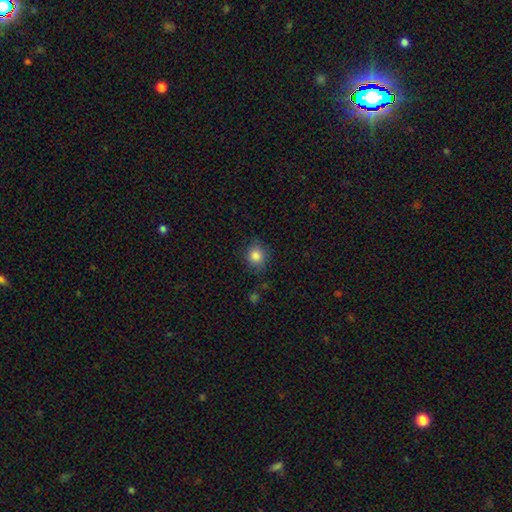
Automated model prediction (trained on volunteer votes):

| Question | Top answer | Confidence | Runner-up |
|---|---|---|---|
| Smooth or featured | smooth | 85% | star or artifact (10%) |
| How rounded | round | 80% | in between (19%) |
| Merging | none | 81% | minor disturbance (14%) |